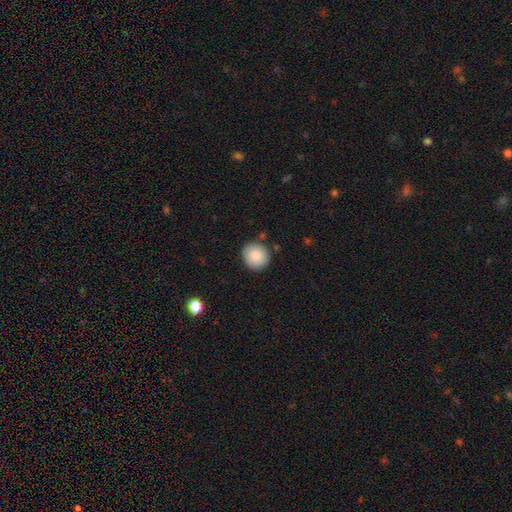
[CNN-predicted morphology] Smooth or featured?
  - smooth: 88% *
  - star or artifact: 7%
  - featured or disk: 4%
How rounded?
  - round: 89% *
  - in between: 10%
  - cigar-shaped: 1%
Merging?
  - none: 88% *
  - minor disturbance: 8%
  - major disturbance: 2%
  - merger: 2%